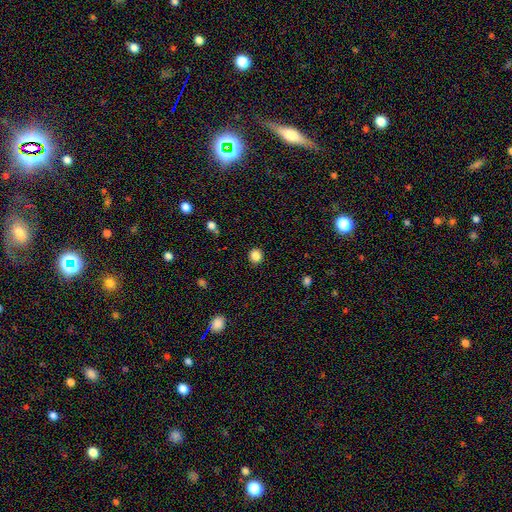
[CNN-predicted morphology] Smooth or featured?
  - smooth: 85% *
  - star or artifact: 11%
  - featured or disk: 4%
How rounded?
  - round: 89% *
  - in between: 10%
  - cigar-shaped: 1%
Merging?
  - none: 91% *
  - minor disturbance: 5%
  - major disturbance: 2%
  - merger: 1%